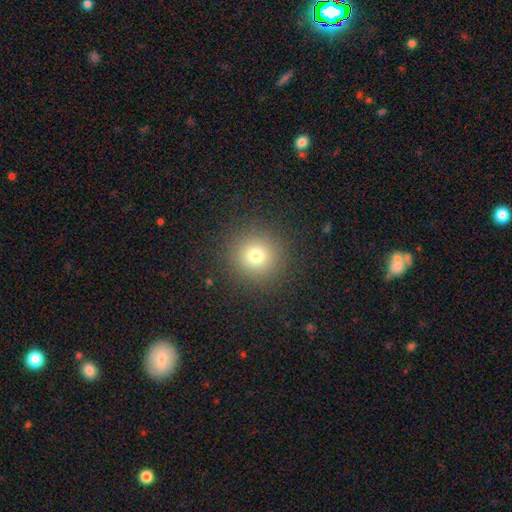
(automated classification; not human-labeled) smooth_or_featured: smooth (p=0.75) [alt: star or artifact p=0.17]
how_rounded: round (p=0.95) [alt: in between p=0.04]
merging: none (p=0.90) [alt: minor disturbance p=0.06]